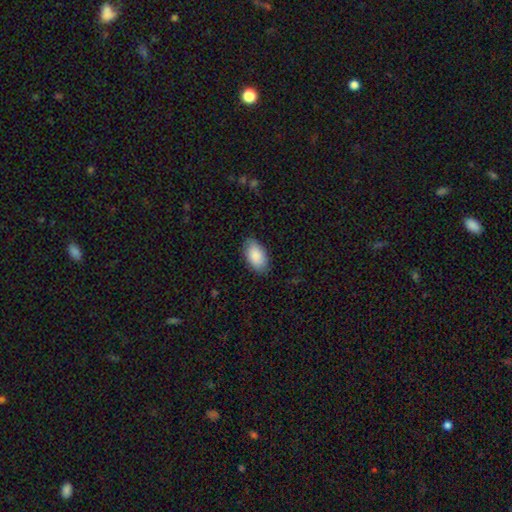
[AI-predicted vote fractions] smooth-or-featured: smooth: 89% | star or artifact: 6% | featured or disk: 5%
  how-rounded: in between: 95% | round: 3% | cigar-shaped: 2%
  merging: none: 85% | minor disturbance: 12% | major disturbance: 3% | merger: 1%